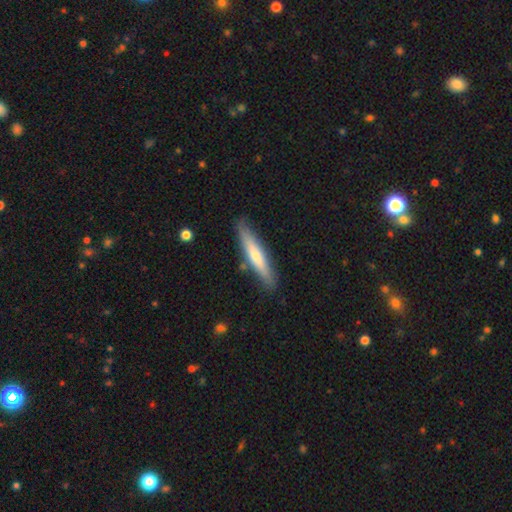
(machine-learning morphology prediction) smooth 57%, featured or disk 38%, star or artifact 5%. Down the decision tree: how rounded — cigar-shaped (89%); merging — none (83%).